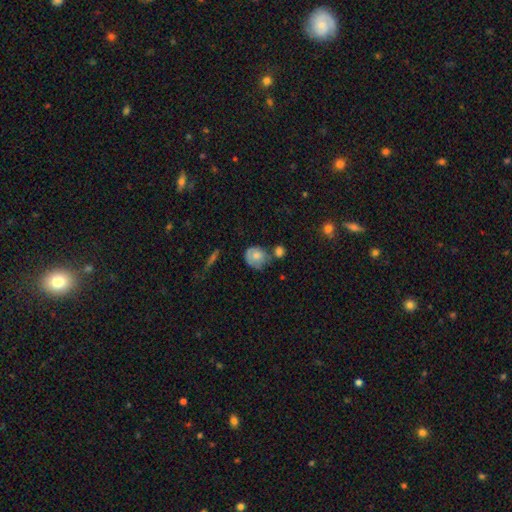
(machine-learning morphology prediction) The model was most divided on "merging": none: 41%, minor disturbance: 26%, merger: 22%, major disturbance: 12%. More confident: how rounded — round (69%); smooth or featured — smooth (69%).